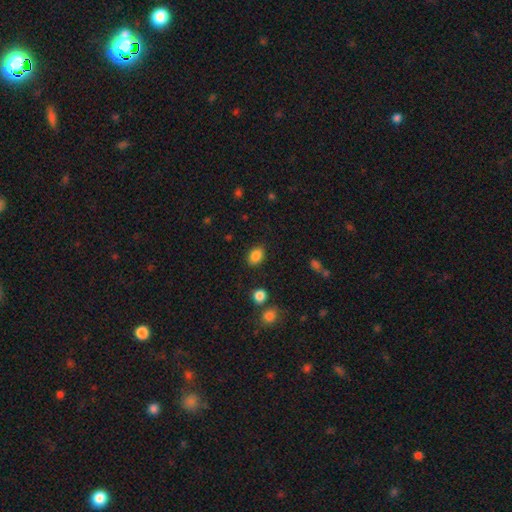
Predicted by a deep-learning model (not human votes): A smooth galaxy with no disk features (86%) that is in between round and cigar-shaped (74%).

Vote fractions:
- Smooth or featured? smooth: 86% / star or artifact: 9% / featured or disk: 4%
- How rounded? in between: 74% / round: 25% / cigar-shaped: 1%
- Merging? none: 85% / minor disturbance: 10% / major disturbance: 3% / merger: 2%